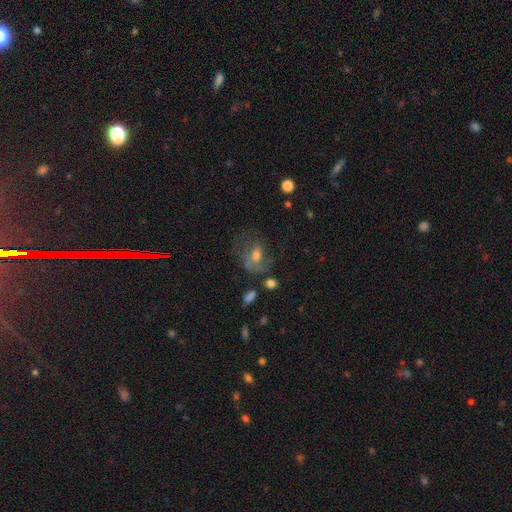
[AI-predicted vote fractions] The model was most divided on "merging": none: 42%, major disturbance: 32%, minor disturbance: 21%, merger: 5%. More confident: edge-on disk — no (96%); smooth or featured — featured or disk (52%).